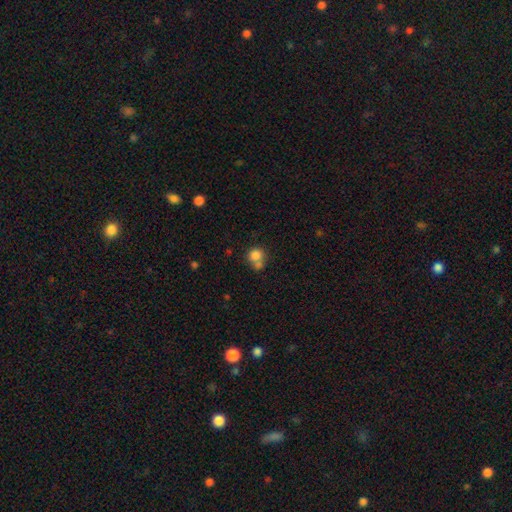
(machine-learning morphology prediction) A smooth galaxy with no disk features (81%) that is round (80%).

Vote fractions:
- Smooth or featured? smooth: 81% / star or artifact: 11% / featured or disk: 9%
- How rounded? round: 80% / in between: 19% / cigar-shaped: 1%
- Merging? none: 44% / merger: 39% / minor disturbance: 12% / major disturbance: 6%